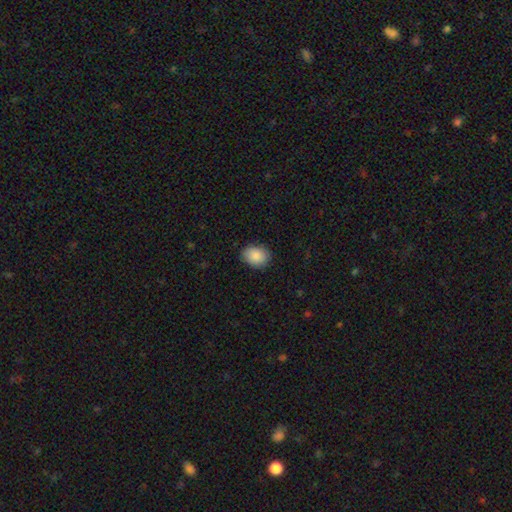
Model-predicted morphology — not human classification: This appears to be a smooth galaxy with no disk features (89%) that is in between round and cigar-shaped (69%). Merging: none (86%).